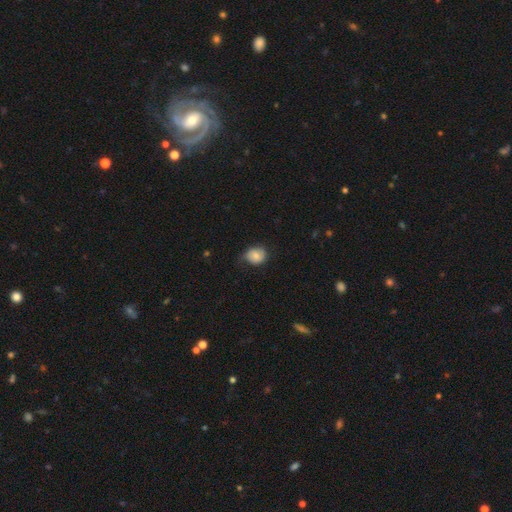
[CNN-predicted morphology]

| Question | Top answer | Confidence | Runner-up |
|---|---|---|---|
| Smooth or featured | smooth | 74% | featured or disk (18%) |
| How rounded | round | 64% | in between (35%) |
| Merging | none | 58% | minor disturbance (32%) |